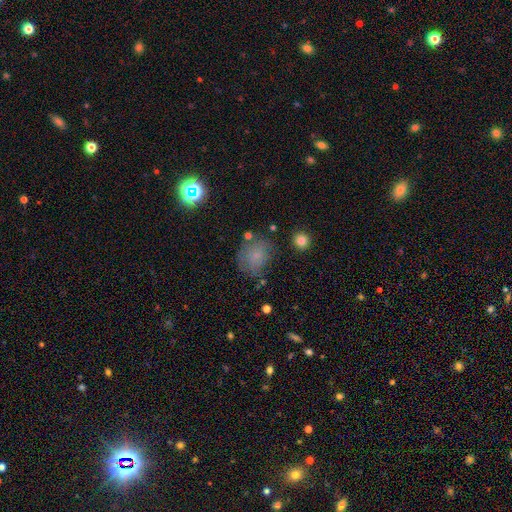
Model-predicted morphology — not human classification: This is likely a smooth galaxy (69%). How rounded: likely round (61%). Merging: likely none (64%).